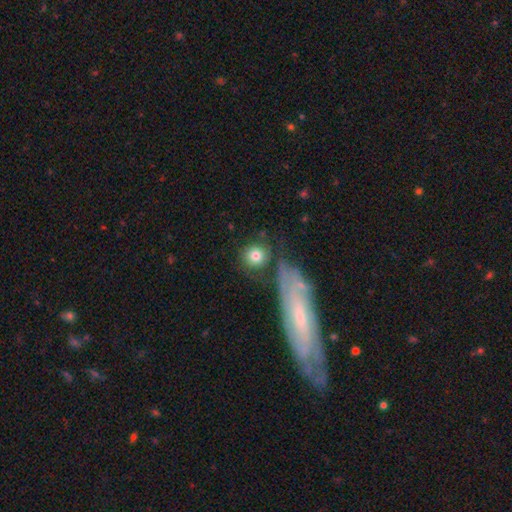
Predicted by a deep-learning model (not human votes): Overall: smooth (79%). How rounded: round (90%). Merging: none (70%).